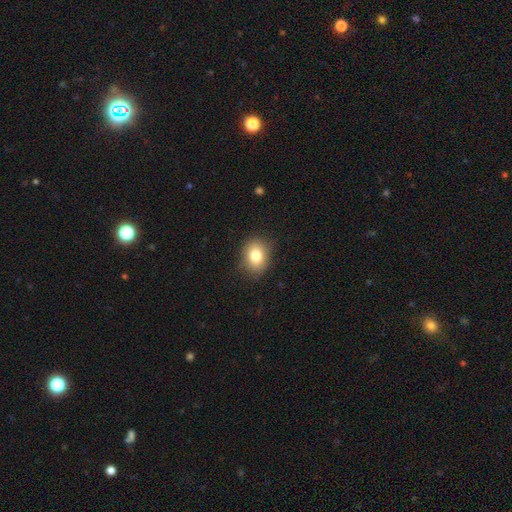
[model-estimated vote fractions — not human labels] Smooth or featured? smooth (81%)
How rounded? in between (55%)
Merging? none (84%)